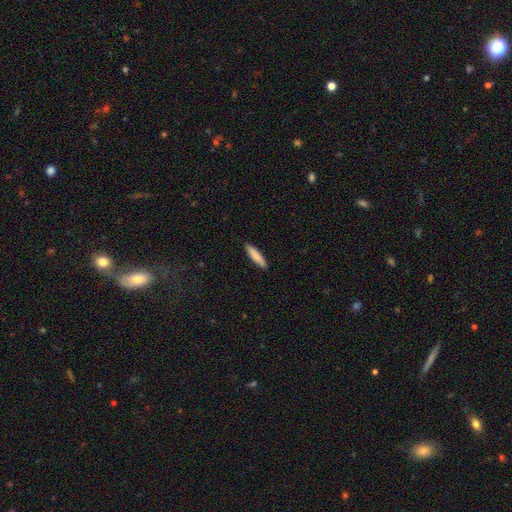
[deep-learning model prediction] A smooth galaxy with no disk features (83%) that is cigar-shaped (83%).

Vote fractions:
- Smooth or featured? smooth: 83% / featured or disk: 12% / star or artifact: 5%
- How rounded? cigar-shaped: 83% / in between: 15% / round: 1%
- Merging? none: 90% / minor disturbance: 8% / major disturbance: 2% / merger: 1%